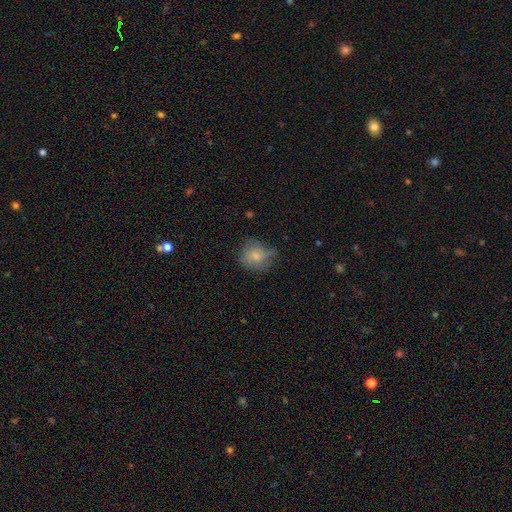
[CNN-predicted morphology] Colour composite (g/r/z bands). It shows a smooth galaxy with no disk features (72%) that is round (71%). Merging: none (50%).